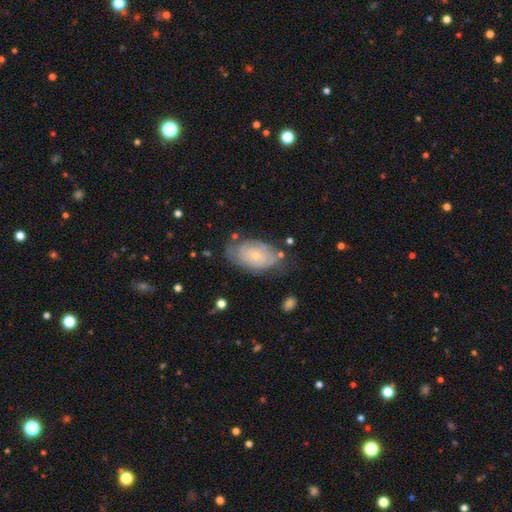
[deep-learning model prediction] The model was most divided on "smooth or featured": featured or disk: 56%, smooth: 38%, star or artifact: 7%. More confident: edge-on disk — no (94%); bar — no (82%); bulge size — small (74%); spiral arms — yes (69%); merging — none (60%).